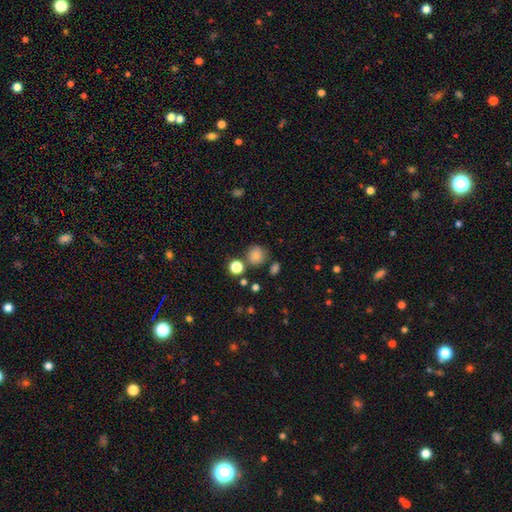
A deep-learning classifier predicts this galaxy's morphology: Smooth or featured? Predicted: smooth (p=0.82). How rounded? Predicted: round (p=0.90). Merging? Predicted: none (p=0.77).